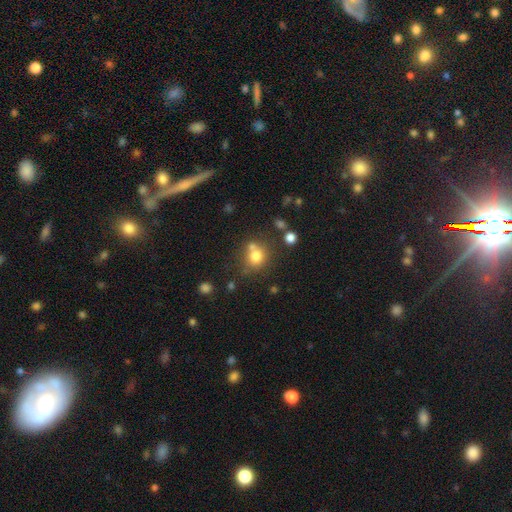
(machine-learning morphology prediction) This is likely a smooth galaxy (76%). How rounded: likely round (80%). Merging: possibly none (59%).